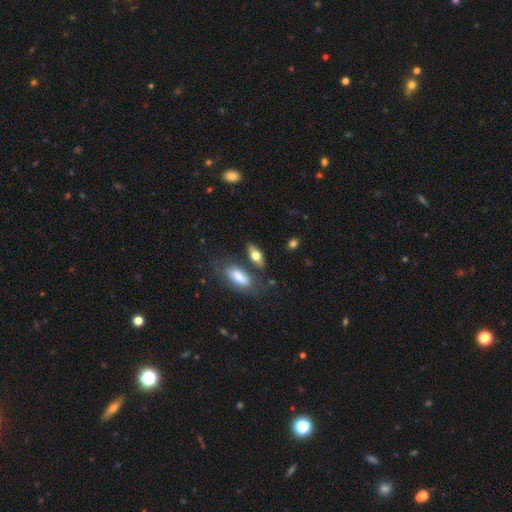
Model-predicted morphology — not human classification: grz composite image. It shows a smooth galaxy with no disk features (67%) that is in between round and cigar-shaped (72%). Merging: none (69%).